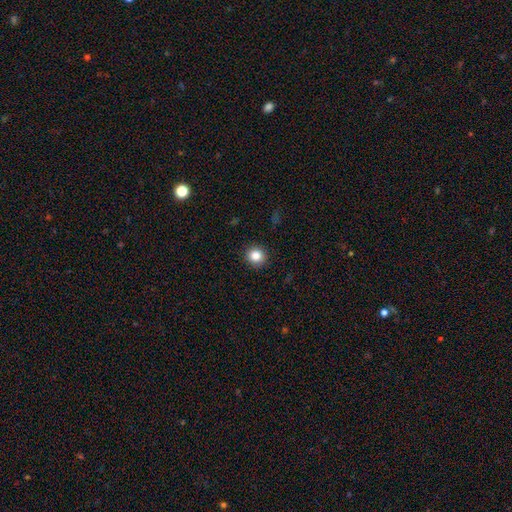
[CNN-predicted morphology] smooth 85%, star or artifact 10%, featured or disk 5%. Down the decision tree: how rounded — round (91%); merging — none (91%).